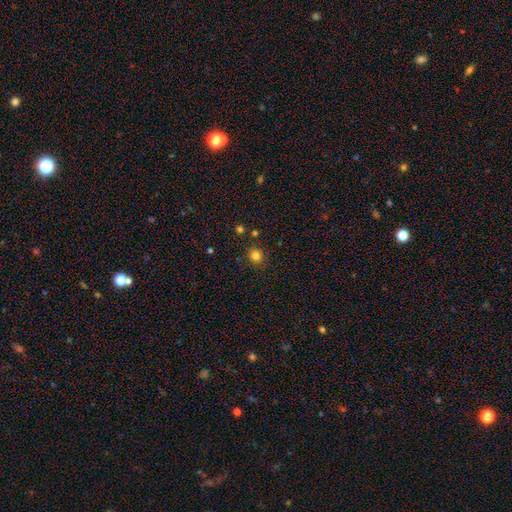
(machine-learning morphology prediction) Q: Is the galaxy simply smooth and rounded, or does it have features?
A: smooth — 81%.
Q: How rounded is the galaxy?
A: round — 86%.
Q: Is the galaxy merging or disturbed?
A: none — 86%.